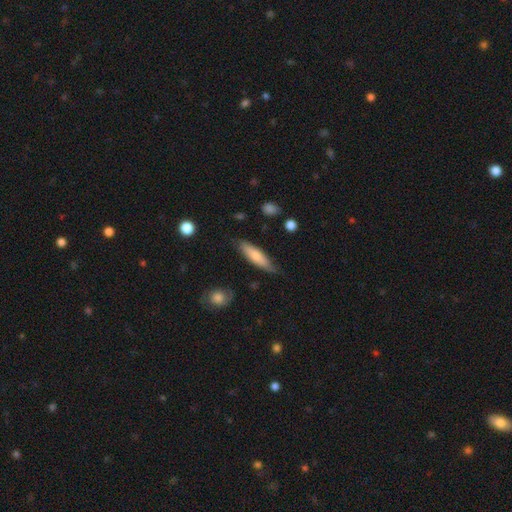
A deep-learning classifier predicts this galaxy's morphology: Q: Smooth or featured?
A: smooth (71%); runner-up: featured or disk (24%)
Q: How rounded?
A: cigar-shaped (71%); runner-up: in between (28%)
Q: Merging?
A: none (76%); runner-up: minor disturbance (19%)